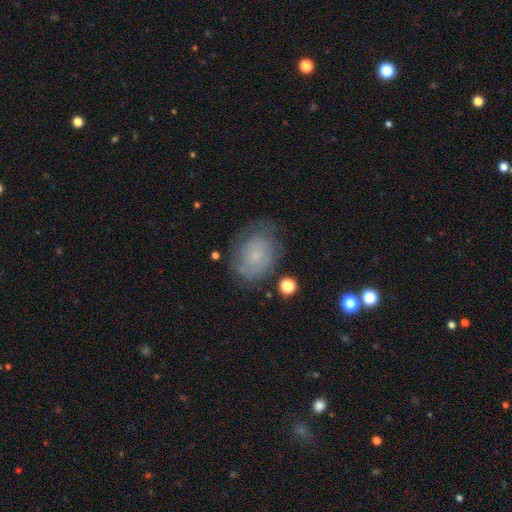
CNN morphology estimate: Smooth or featured? featured or disk (46%)
Merging? none (63%)